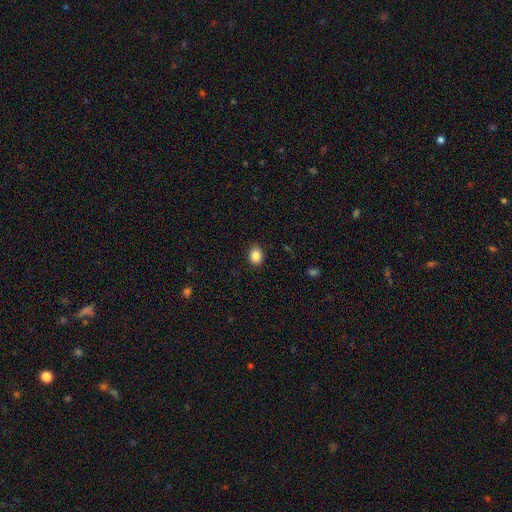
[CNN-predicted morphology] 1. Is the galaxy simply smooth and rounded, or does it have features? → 87% smooth, 9% star or artifact, 4% featured or disk.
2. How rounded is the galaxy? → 52% in between, 47% round, 1% cigar-shaped.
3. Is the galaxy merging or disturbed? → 89% none, 8% minor disturbance, 2% major disturbance, 1% merger.